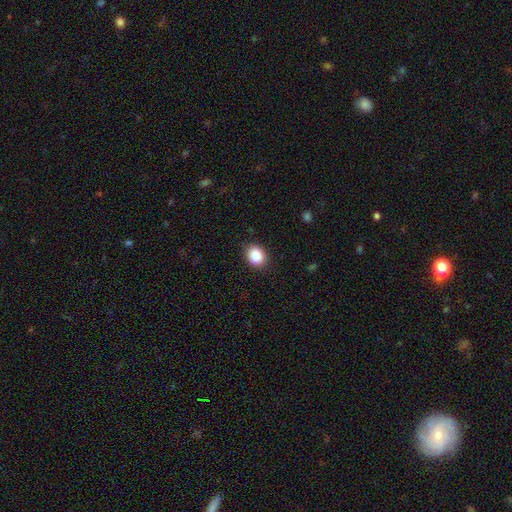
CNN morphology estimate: Smooth or featured: smooth — 88% (star or artifact — 8%)
How rounded: in between — 52% (round — 48%)
Merging: none — 86% (minor disturbance — 10%)